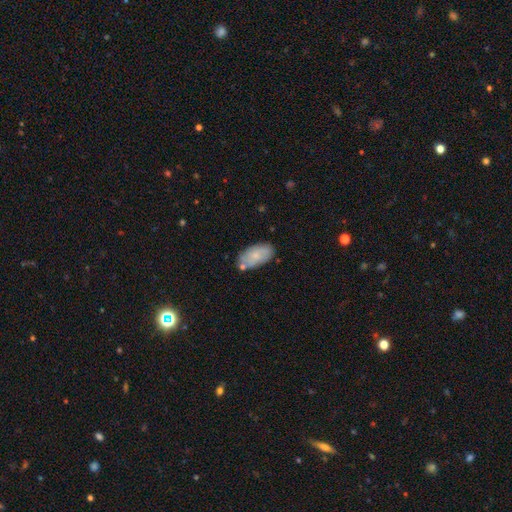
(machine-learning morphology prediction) This appears to be a smooth galaxy with no disk features (70%) that is in between round and cigar-shaped (94%). Merging: none (67%).